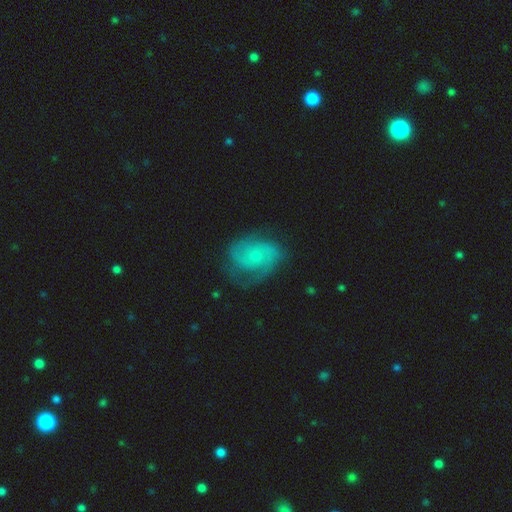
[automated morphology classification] Smooth or featured: featured or disk — 77% (smooth — 16%)
Edge-on disk: no — 98% (yes — 2%)
Bar: no — 73% (weak — 24%)
Spiral arms: yes — 94% (no — 6%)
Spiral winding: medium — 45% (tight — 38%)
Spiral arm count: 2 — 62% (can't tell — 16%)
Bulge size: small — 71% (moderate — 23%)
Merging: none — 68% (minor disturbance — 21%)